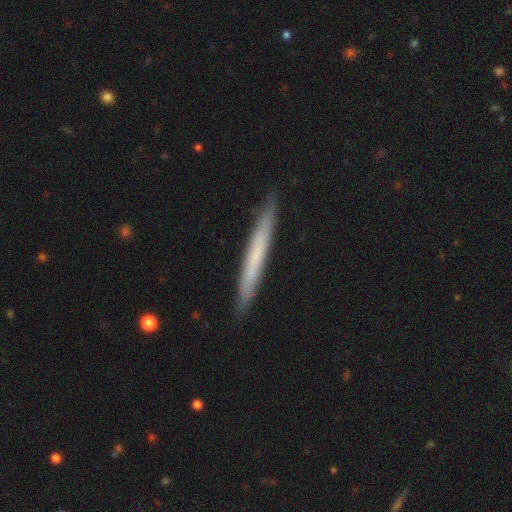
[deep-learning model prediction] Smooth or featured? Predicted: smooth (p=0.53). How rounded? Predicted: cigar-shaped (p=0.97). Merging? Predicted: none (p=0.90).